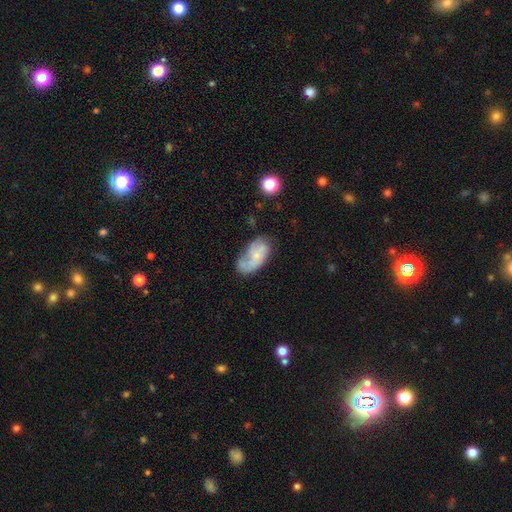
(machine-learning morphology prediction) Q: Smooth or featured?
A: featured or disk (48%); runner-up: smooth (44%)
Q: Merging?
A: none (35%); runner-up: minor disturbance (30%)